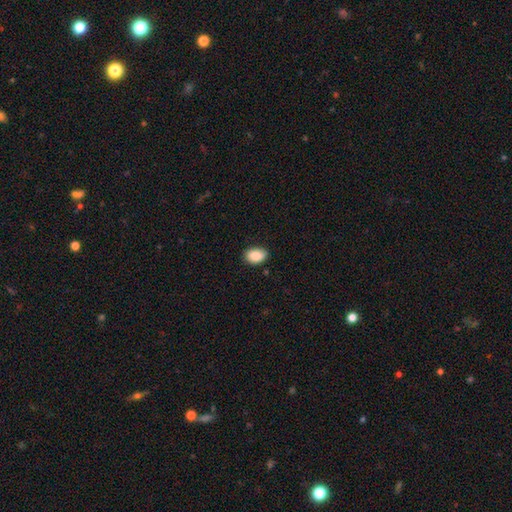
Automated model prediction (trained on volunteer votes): A smooth galaxy with no disk features (90%) that is in between round and cigar-shaped (85%).

Vote fractions:
- Smooth or featured? smooth: 90% / star or artifact: 7% / featured or disk: 3%
- How rounded? in between: 85% / round: 14% / cigar-shaped: 1%
- Merging? none: 86% / minor disturbance: 11% / major disturbance: 2% / merger: 1%